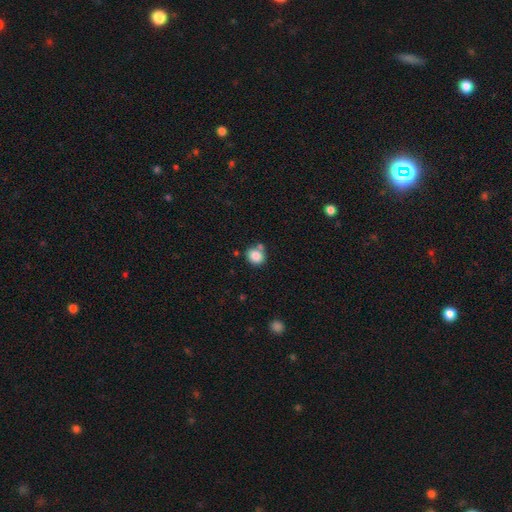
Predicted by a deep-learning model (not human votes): smooth-or-featured: smooth: 84% | star or artifact: 9% | featured or disk: 6%
  how-rounded: round: 65% | in between: 34% | cigar-shaped: 1%
  merging: none: 63% | merger: 20% | minor disturbance: 13% | major disturbance: 4%